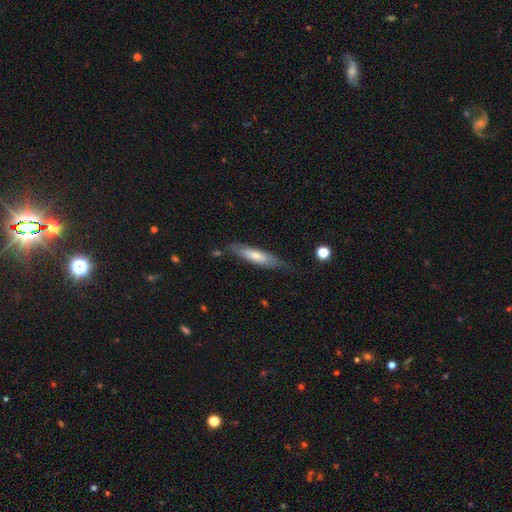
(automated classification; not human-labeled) Overall: smooth (59%; featured or disk 35%). How rounded: cigar-shaped (77%). Merging: none (71%).